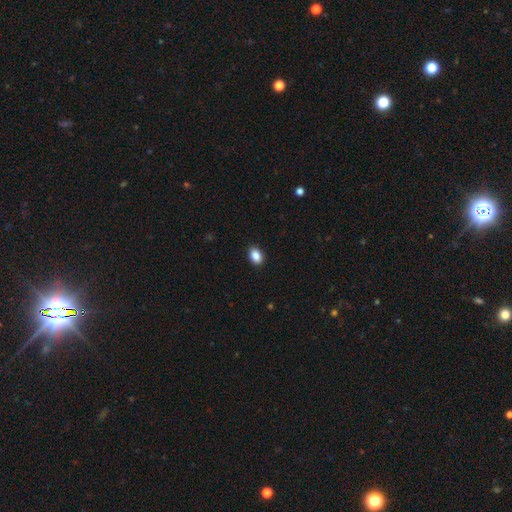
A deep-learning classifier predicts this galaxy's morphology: Overall: smooth (88%). How rounded: in between (81%). Merging: none (91%).